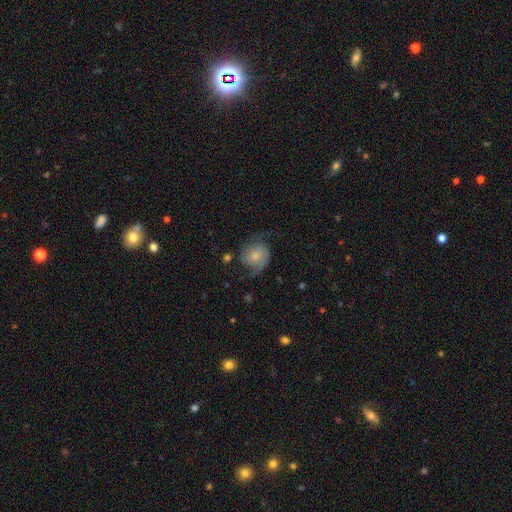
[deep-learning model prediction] smooth-or-featured: featured or disk: 52% | smooth: 39% | star or artifact: 8%
  disk-edge-on: no: 97% | yes: 3%
    bar: no: 74% | weak: 23% | strong: 4%
    has-spiral-arms: yes: 87% | no: 13%
    bulge-size: small: 45% | moderate: 37% | none: 10% | large: 6% | dominant: 2%
  merging: none: 55% | minor disturbance: 26% | major disturbance: 16% | merger: 2%